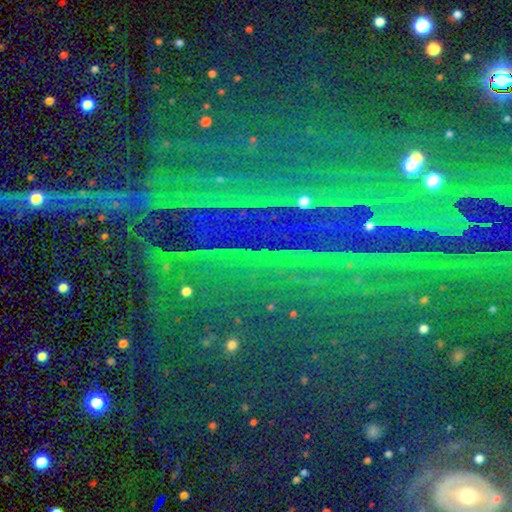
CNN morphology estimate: A star or artifact, not a galaxy (86%).